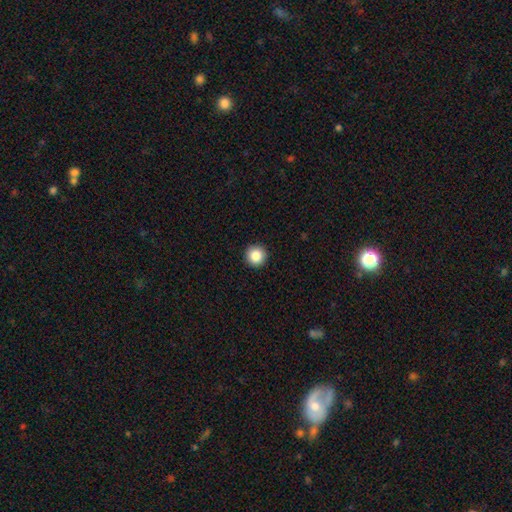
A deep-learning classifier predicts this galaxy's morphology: smooth_or_featured: smooth (p=0.87) [alt: star or artifact p=0.09]
how_rounded: round (p=0.96) [alt: in between p=0.03]
merging: none (p=0.93) [alt: minor disturbance p=0.04]